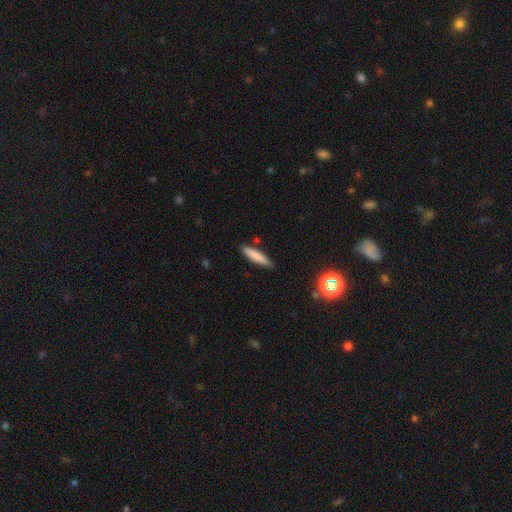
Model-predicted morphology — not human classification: This is clearly a smooth galaxy (80%). How rounded: clearly cigar-shaped (84%). Merging: clearly none (86%).